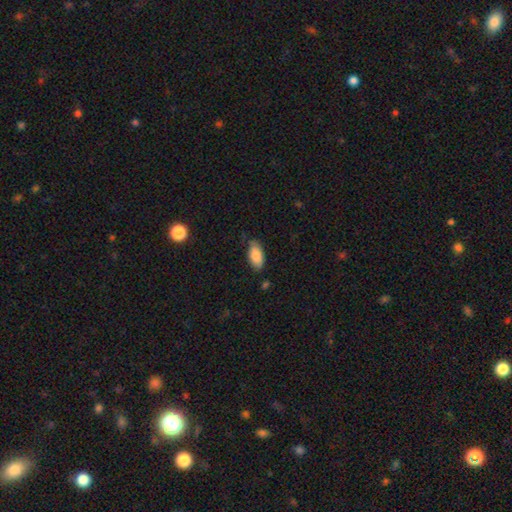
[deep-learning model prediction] smooth 85%, featured or disk 9%, star or artifact 7%. Down the decision tree: how rounded — in between (91%); merging — none (76%).